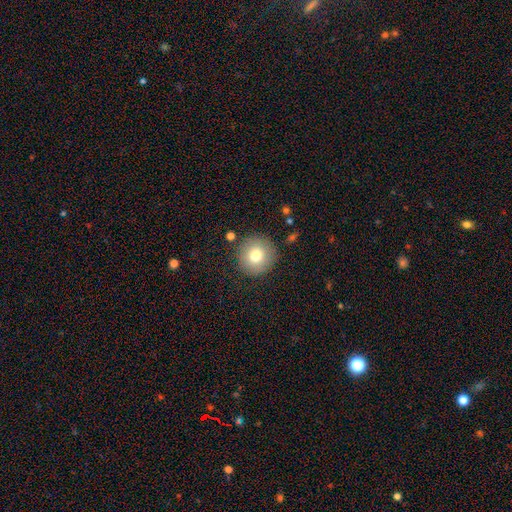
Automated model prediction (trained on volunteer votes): Smooth or featured? smooth (78%)
How rounded? round (95%)
Merging? none (88%)